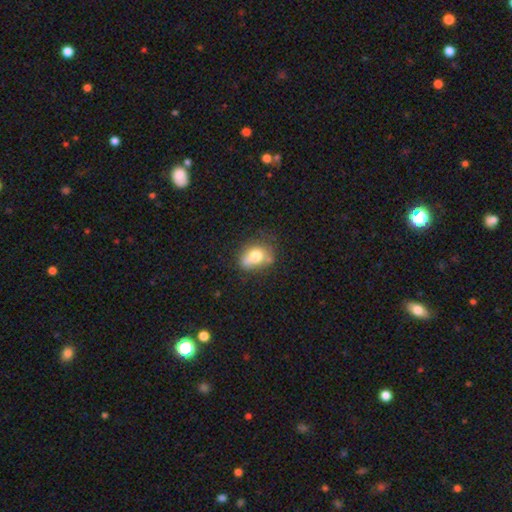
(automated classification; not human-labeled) Smooth or featured? smooth (73%)
How rounded? in between (59%)
Merging? none (52%)